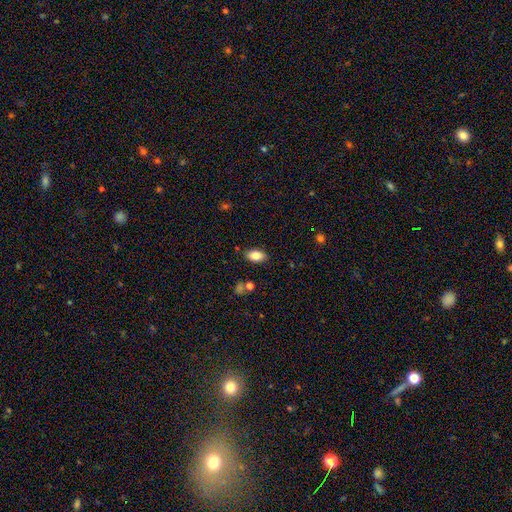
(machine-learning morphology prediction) Smooth or featured?
  - smooth: 83% *
  - featured or disk: 9%
  - star or artifact: 8%
How rounded?
  - in between: 92% *
  - round: 5%
  - cigar-shaped: 3%
Merging?
  - none: 85% *
  - minor disturbance: 10%
  - merger: 2%
  - major disturbance: 2%